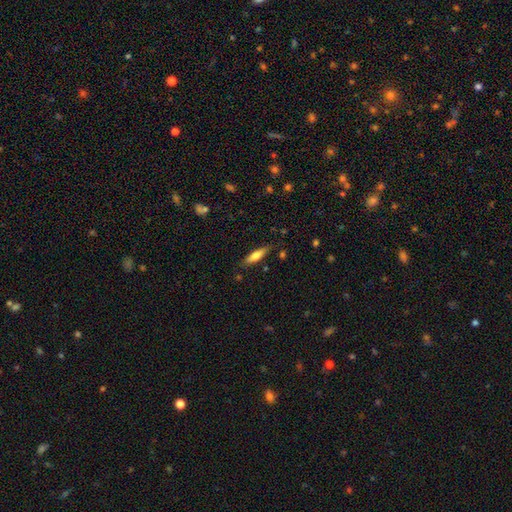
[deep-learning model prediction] A smooth galaxy with no disk features (65%) that is cigar-shaped (69%). Merging: none (81%).